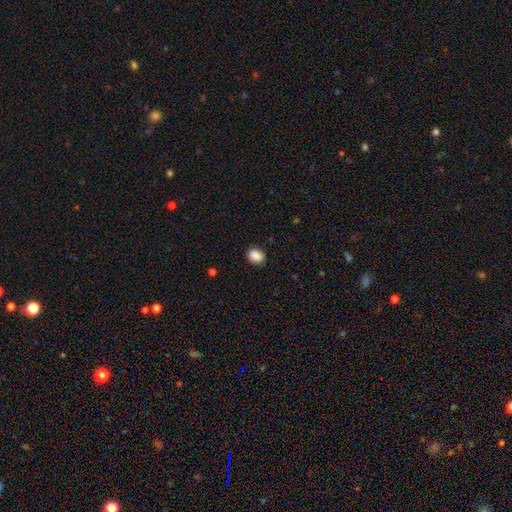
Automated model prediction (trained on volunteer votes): Overall: smooth (89%). How rounded: in between (60%; round 38%). Merging: none (86%).